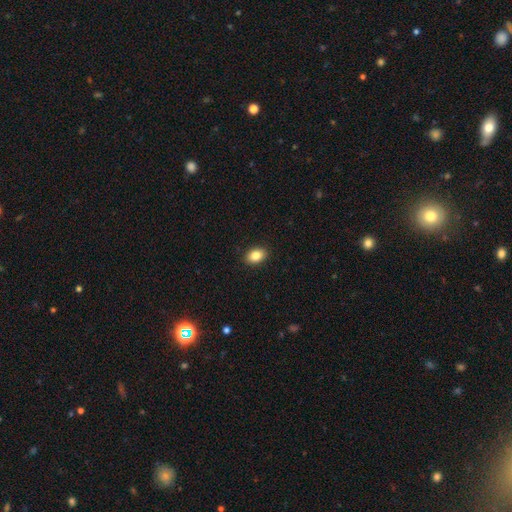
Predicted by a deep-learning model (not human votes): Smooth or featured?
  - smooth: 85% *
  - star or artifact: 9%
  - featured or disk: 6%
How rounded?
  - in between: 78% *
  - round: 21%
  - cigar-shaped: 1%
Merging?
  - none: 90% *
  - minor disturbance: 7%
  - major disturbance: 2%
  - merger: 1%